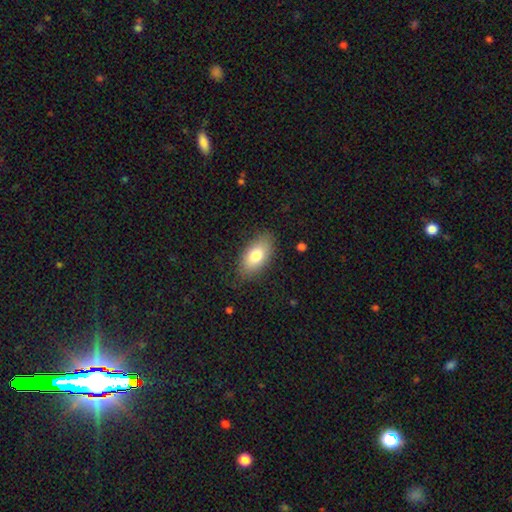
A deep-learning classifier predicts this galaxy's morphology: type=smooth (77%); roundness=in between (91%); merging=none (81%).